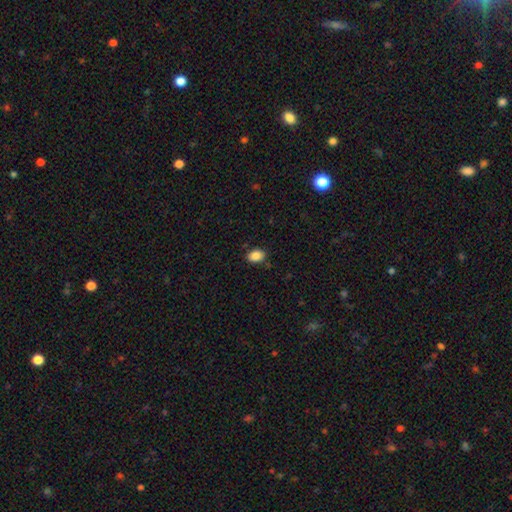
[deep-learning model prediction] Smooth or featured? Predicted: smooth (p=0.87). How rounded? Predicted: in between (p=0.81). Merging? Predicted: none (p=0.86).